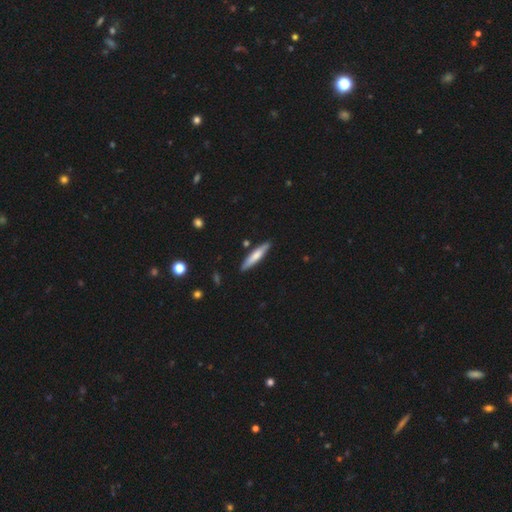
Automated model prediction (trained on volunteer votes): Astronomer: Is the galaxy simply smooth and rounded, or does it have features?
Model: smooth — 68%.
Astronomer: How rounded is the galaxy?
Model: cigar-shaped — 87%.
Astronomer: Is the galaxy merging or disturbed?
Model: none — 85%.